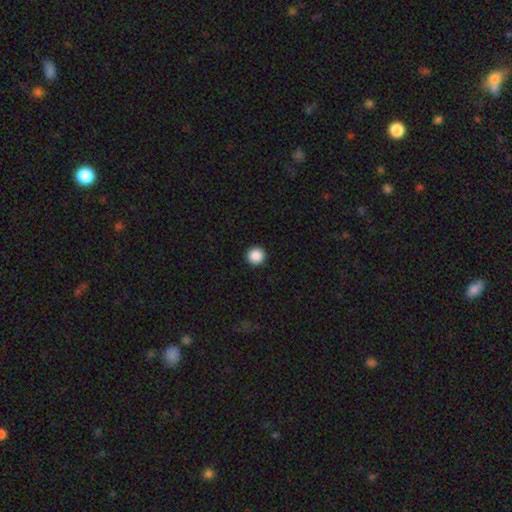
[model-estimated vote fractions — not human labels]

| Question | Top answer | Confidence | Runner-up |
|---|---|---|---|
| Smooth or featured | smooth | 88% | star or artifact (9%) |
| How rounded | round | 96% | in between (3%) |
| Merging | none | 94% | minor disturbance (4%) |